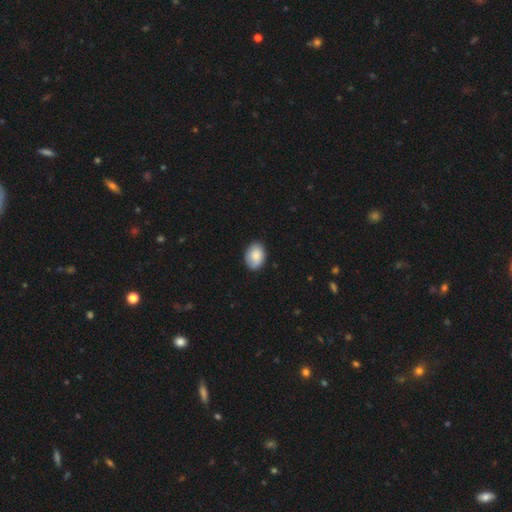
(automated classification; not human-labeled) smooth-or-featured: smooth: 87% | featured or disk: 7% | star or artifact: 6%
  how-rounded: in between: 77% | round: 22% | cigar-shaped: 1%
  merging: none: 85% | minor disturbance: 12% | major disturbance: 2% | merger: 1%